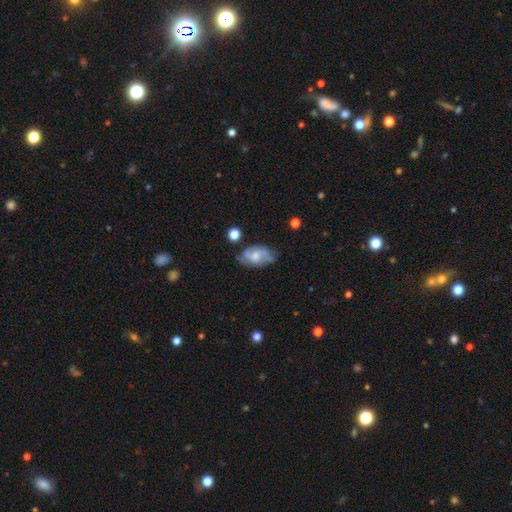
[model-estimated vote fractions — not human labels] Smooth or featured? featured or disk (60%)
Edge-on disk? no (95%)
Bar? no (60%)
Spiral arms? yes (77%)
Bulge size? moderate (44%)
Merging? none (55%)